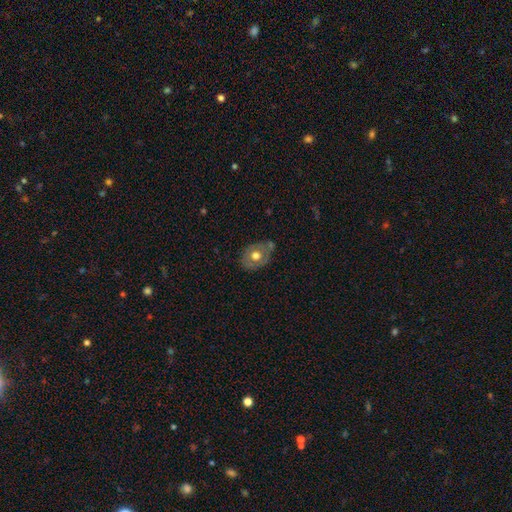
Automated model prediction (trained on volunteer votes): A smooth galaxy with no disk features (54%) that is in between round and cigar-shaped (61%).

Vote fractions:
- Smooth or featured? smooth: 54% / featured or disk: 39% / star or artifact: 7%
- How rounded? in between: 61% / round: 38% / cigar-shaped: 1%
- Merging? none: 62% / minor disturbance: 23% / merger: 8% / major disturbance: 7%